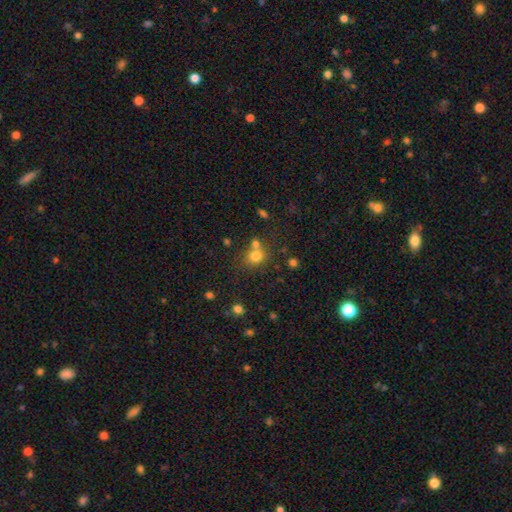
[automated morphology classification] smooth-or-featured: smooth: 77% | star or artifact: 14% | featured or disk: 9%
  how-rounded: round: 73% | in between: 26% | cigar-shaped: 1%
  merging: none: 53% | merger: 32% | minor disturbance: 10% | major disturbance: 4%